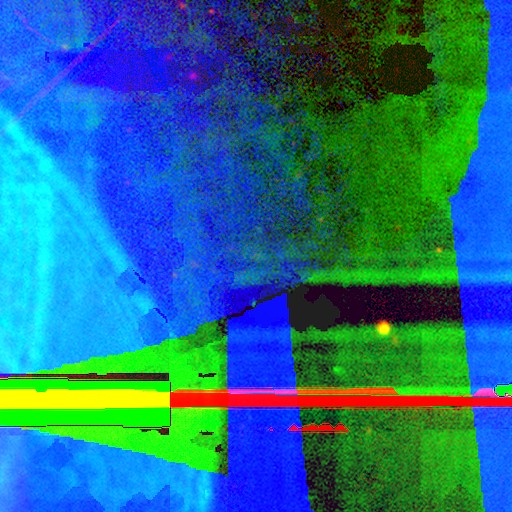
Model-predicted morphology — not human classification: Smooth or featured?
  - star or artifact: 86% *
  - featured or disk: 8%
  - smooth: 6%